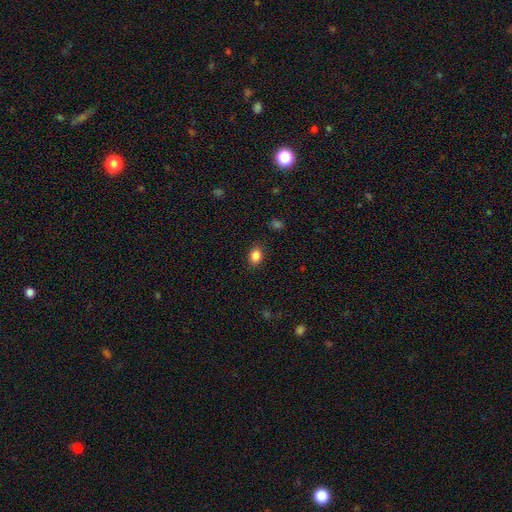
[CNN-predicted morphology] smooth 85%, star or artifact 10%, featured or disk 5%. Down the decision tree: how rounded — in between (60%); merging — none (88%).